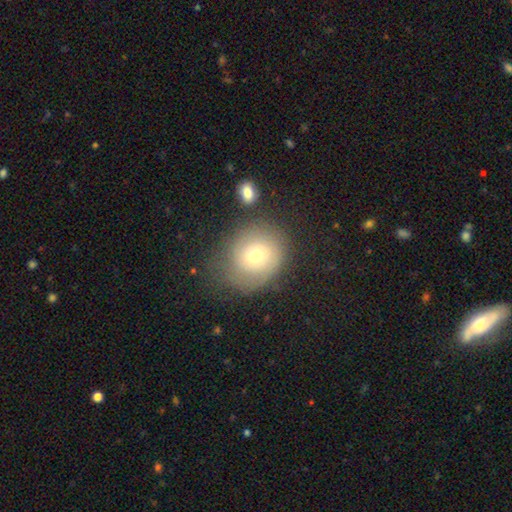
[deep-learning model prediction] smooth_or_featured: smooth (p=0.65) [alt: featured or disk p=0.24]
how_rounded: round (p=0.74) [alt: in between p=0.25]
merging: none (p=0.62) [alt: minor disturbance p=0.22]